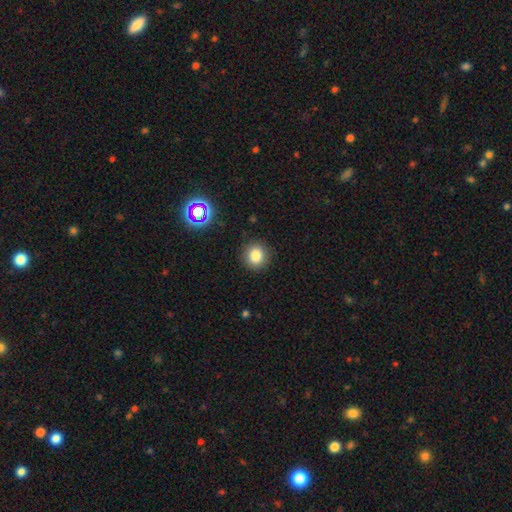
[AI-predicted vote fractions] Q: Smooth or featured?
A: smooth (81%); runner-up: star or artifact (12%)
Q: How rounded?
A: round (88%); runner-up: in between (11%)
Q: Merging?
A: none (89%); runner-up: minor disturbance (7%)